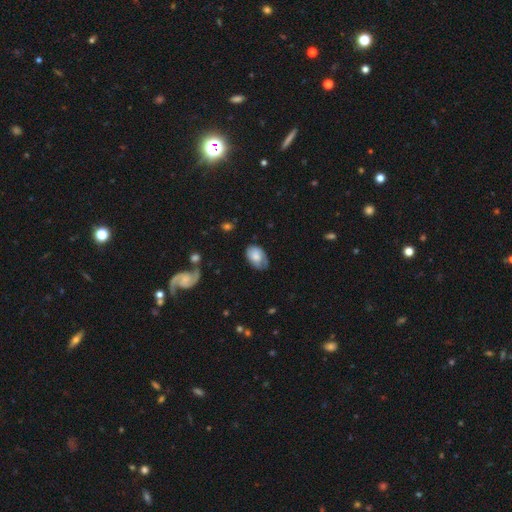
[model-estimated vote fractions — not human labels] Overall: smooth (65%; featured or disk 28%). How rounded: in between (88%). Merging: none (59%; minor disturbance 30%).